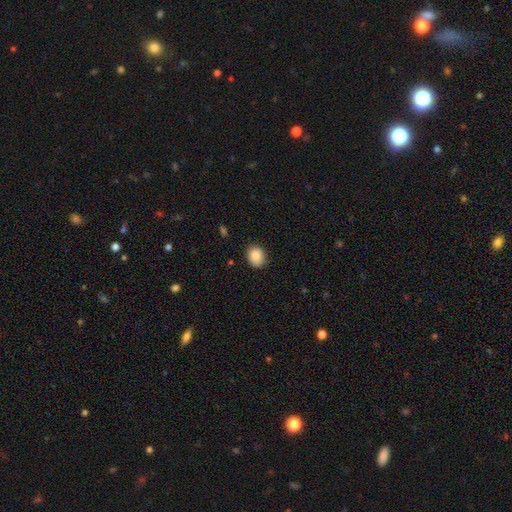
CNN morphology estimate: Smooth or featured? Predicted: smooth (p=0.86). How rounded? Predicted: round (p=0.59). Merging? Predicted: none (p=0.83).